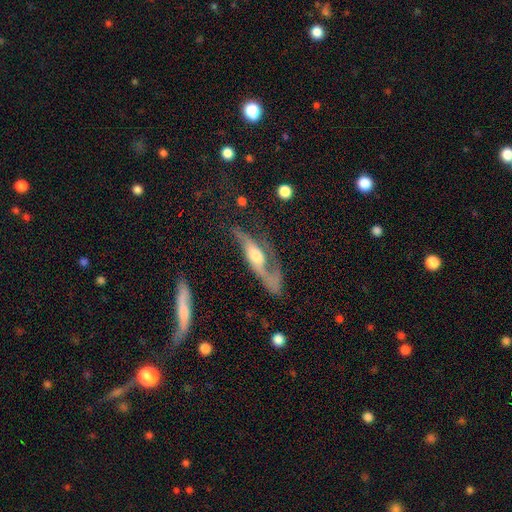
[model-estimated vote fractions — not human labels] Morphology: type=featured or disk (76%); edge-on=no (66%); bar=no (55%); spiral arms=yes (84%); bulge=moderate (60%); merging=none (40%).